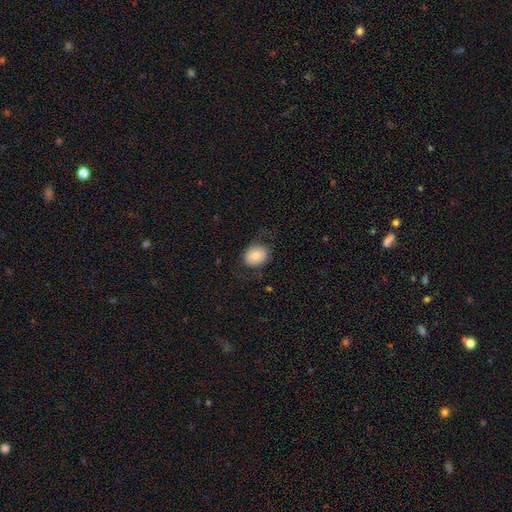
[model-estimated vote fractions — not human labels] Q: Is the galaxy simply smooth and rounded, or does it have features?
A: smooth — 77%.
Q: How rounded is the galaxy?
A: round — 50%.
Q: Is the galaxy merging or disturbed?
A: none — 72%.